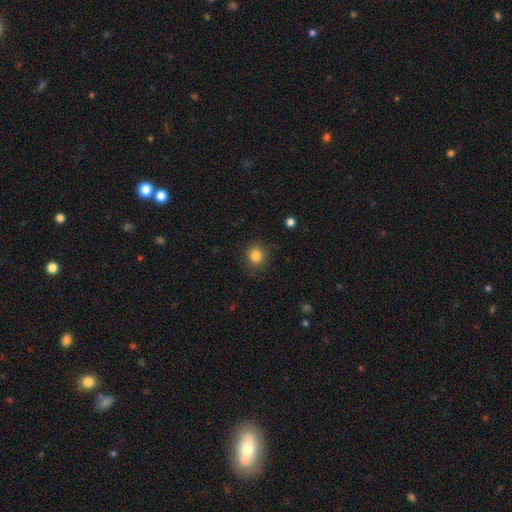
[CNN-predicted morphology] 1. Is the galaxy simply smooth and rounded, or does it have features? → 84% smooth, 11% star or artifact, 5% featured or disk.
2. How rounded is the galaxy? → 84% round, 15% in between, 1% cigar-shaped.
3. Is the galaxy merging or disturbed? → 85% none, 10% minor disturbance, 3% major disturbance, 1% merger.